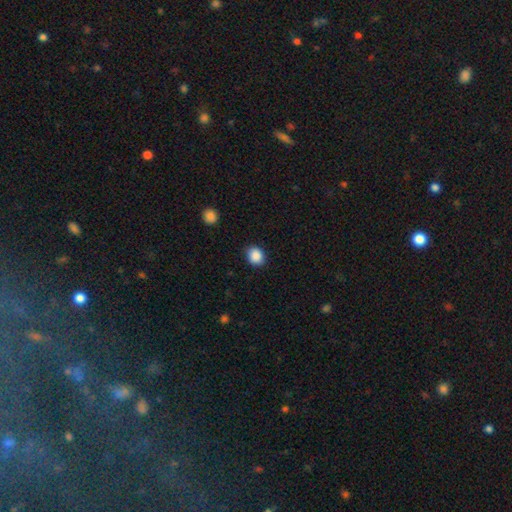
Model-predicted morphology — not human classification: type=smooth (88%); roundness=round (57%); merging=none (86%).